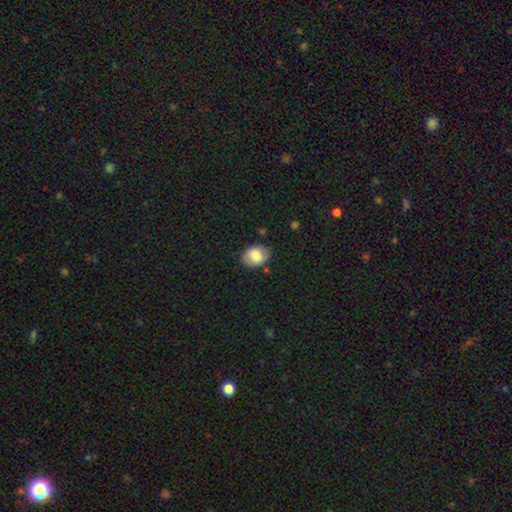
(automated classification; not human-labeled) This is clearly a smooth galaxy (82%). How rounded: likely in between (64%). Merging: likely none (77%).